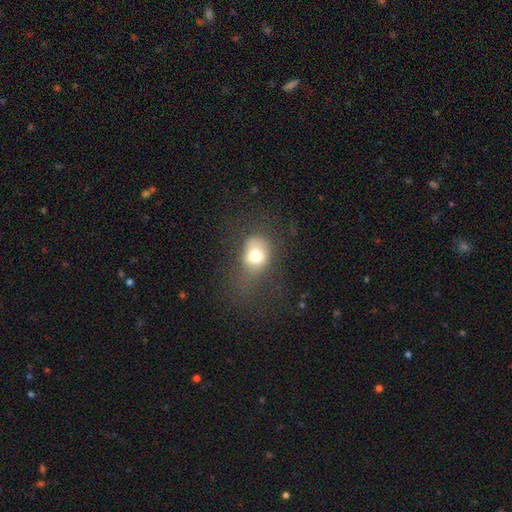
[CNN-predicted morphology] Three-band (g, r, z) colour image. It shows a smooth galaxy with no disk features (72%) that is in between round and cigar-shaped (55%). Merging: none (52%).